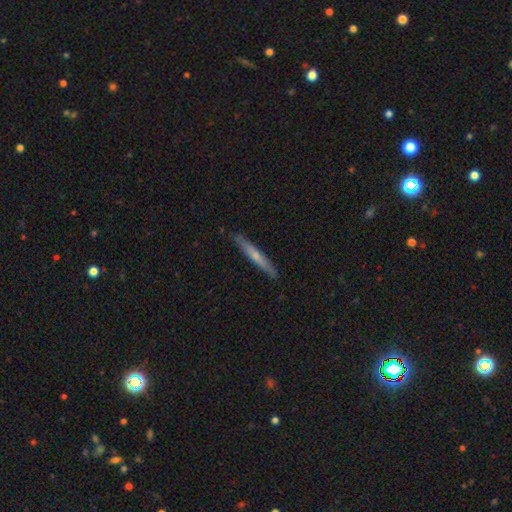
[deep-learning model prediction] Overall: smooth (51%; featured or disk 44%). How rounded: cigar-shaped (95%). Merging: none (89%).